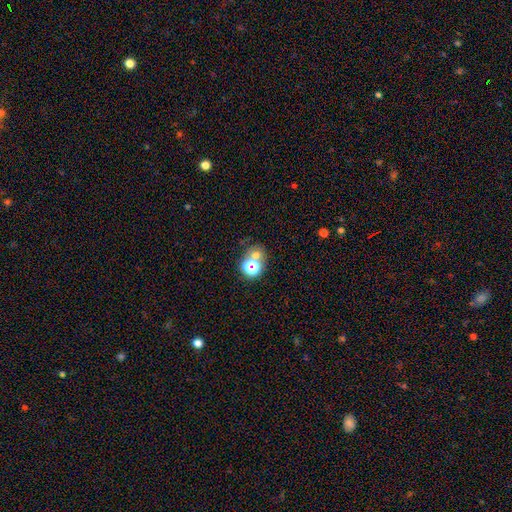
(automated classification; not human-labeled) Morphology: type=smooth (55%); roundness=round (73%); merging=none (52%).